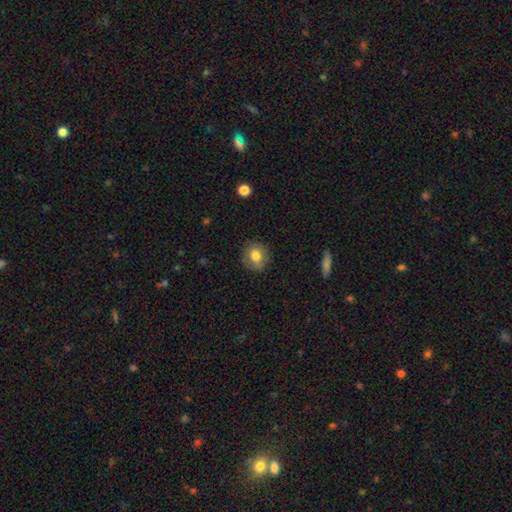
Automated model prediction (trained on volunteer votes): Q: Smooth or featured?
A: smooth (77%); runner-up: featured or disk (14%)
Q: How rounded?
A: round (83%); runner-up: in between (16%)
Q: Merging?
A: none (85%); runner-up: minor disturbance (11%)